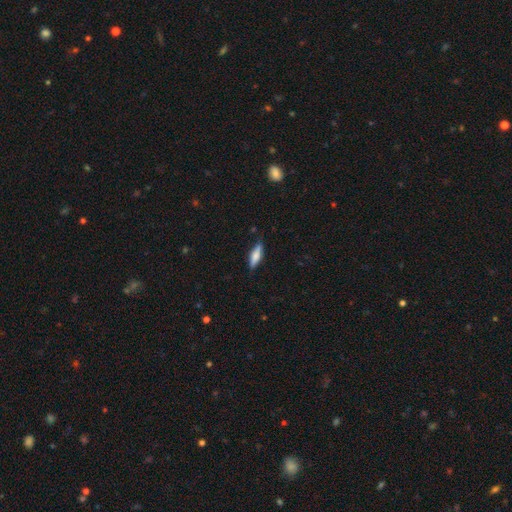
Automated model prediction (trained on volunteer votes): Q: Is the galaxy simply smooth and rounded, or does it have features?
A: smooth — 70%.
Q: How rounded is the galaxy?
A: cigar-shaped — 53%.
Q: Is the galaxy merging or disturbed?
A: none — 81%.